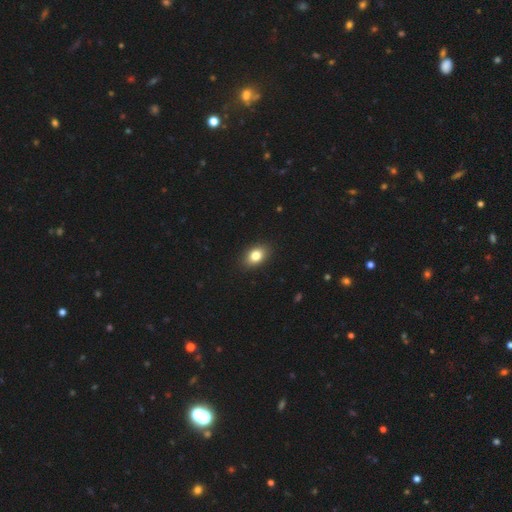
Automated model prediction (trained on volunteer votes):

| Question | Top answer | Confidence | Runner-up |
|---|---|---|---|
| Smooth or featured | smooth | 82% | featured or disk (9%) |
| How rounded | in between | 82% | round (17%) |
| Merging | none | 89% | minor disturbance (8%) |